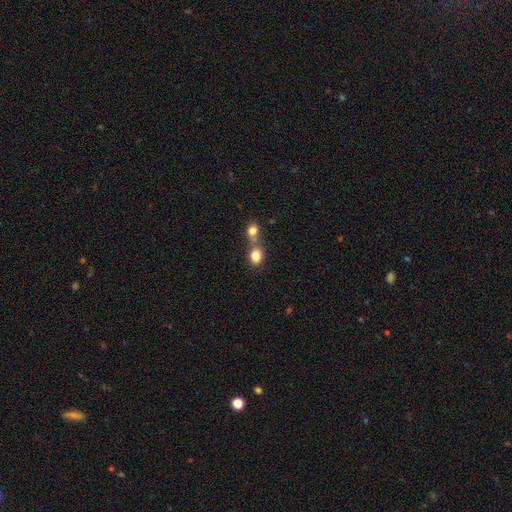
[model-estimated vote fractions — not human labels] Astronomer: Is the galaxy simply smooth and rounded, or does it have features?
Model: smooth — 82%.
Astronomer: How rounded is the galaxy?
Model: in between — 52% (runner-up: round, 47%).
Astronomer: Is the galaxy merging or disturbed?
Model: merger — 49% (runner-up: none, 39%).